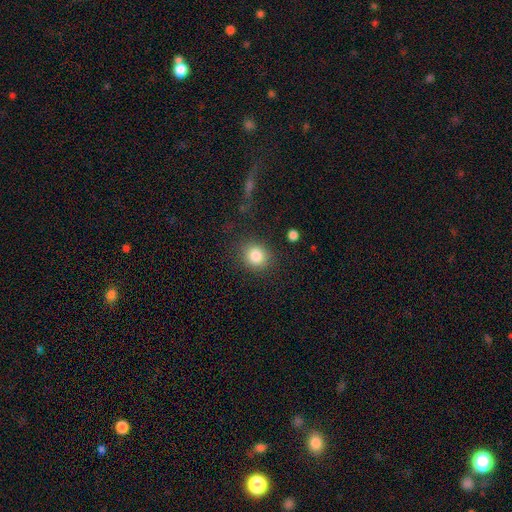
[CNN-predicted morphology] Smooth or featured?
  - smooth: 84% *
  - star or artifact: 10%
  - featured or disk: 6%
How rounded?
  - round: 77% *
  - in between: 22%
  - cigar-shaped: 1%
Merging?
  - none: 83% *
  - minor disturbance: 10%
  - major disturbance: 5%
  - merger: 2%